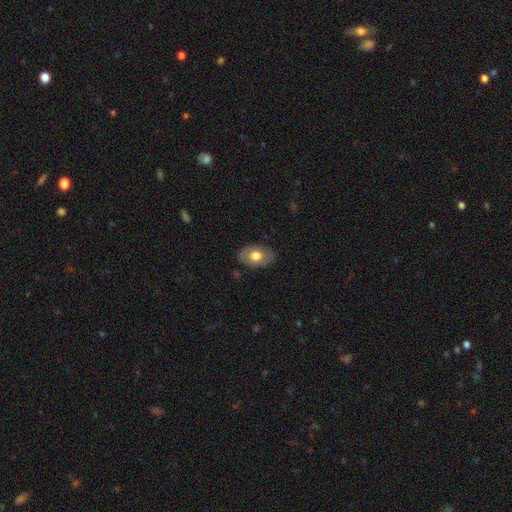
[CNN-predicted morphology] smooth-or-featured: smooth: 65% | featured or disk: 29% | star or artifact: 6%
  how-rounded: in between: 86% | round: 13% | cigar-shaped: 1%
  merging: none: 82% | minor disturbance: 13% | major disturbance: 3% | merger: 1%